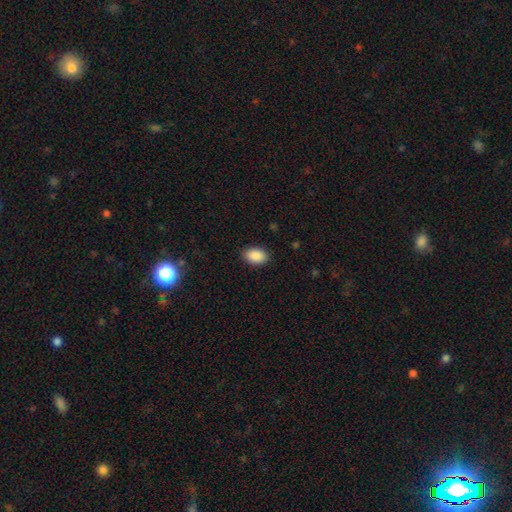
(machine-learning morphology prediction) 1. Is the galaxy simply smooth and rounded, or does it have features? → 90% smooth, 7% star or artifact, 3% featured or disk.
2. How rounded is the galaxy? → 89% in between, 10% round, 1% cigar-shaped.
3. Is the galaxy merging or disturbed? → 89% none, 8% minor disturbance, 2% major disturbance, 1% merger.